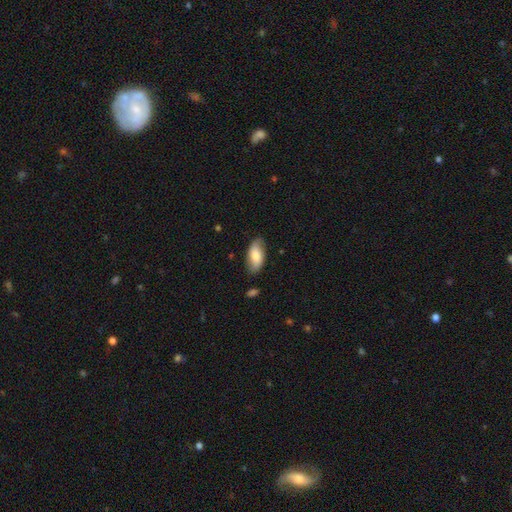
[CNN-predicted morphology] smooth_or_featured: smooth (p=0.72) [alt: featured or disk p=0.22]
how_rounded: in between (p=0.91) [alt: cigar-shaped p=0.07]
merging: none (p=0.78) [alt: minor disturbance p=0.17]